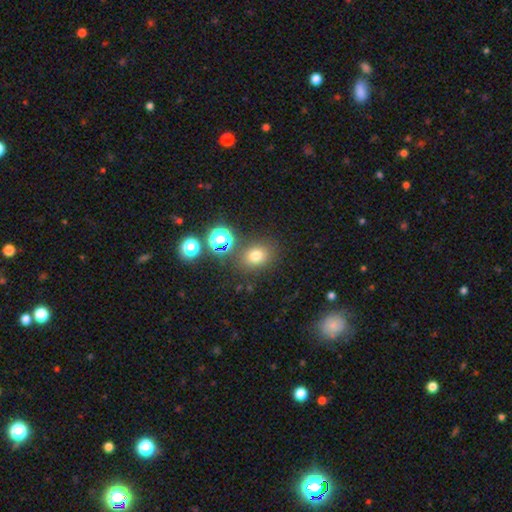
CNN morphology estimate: Smooth or featured: smooth — 72% (star or artifact — 20%)
How rounded: round — 57% (in between — 42%)
Merging: none — 78% (minor disturbance — 11%)